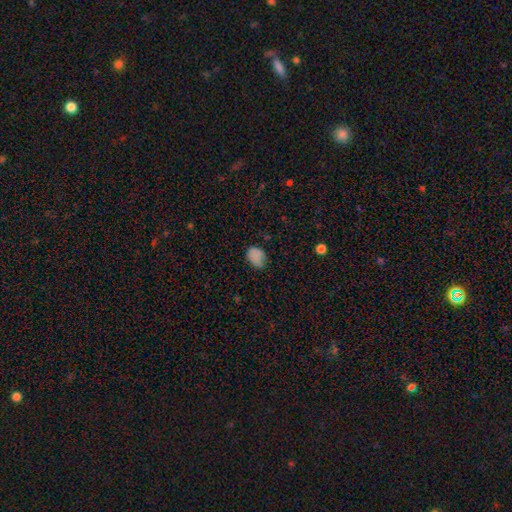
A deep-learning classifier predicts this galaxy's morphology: smooth 82%, star or artifact 12%, featured or disk 6%. Down the decision tree: how rounded — in between (66%); merging — none (69%).